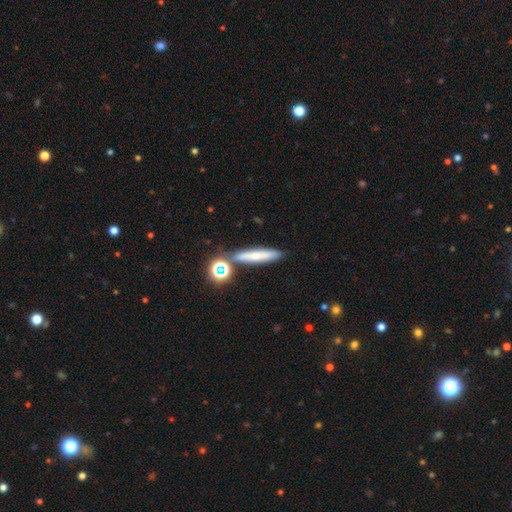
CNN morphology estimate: Smooth or featured?
  - smooth: 58% *
  - featured or disk: 29%
  - star or artifact: 13%
How rounded?
  - cigar-shaped: 81% *
  - in between: 13%
  - round: 6%
Merging?
  - none: 78% *
  - minor disturbance: 10%
  - merger: 9%
  - major disturbance: 3%